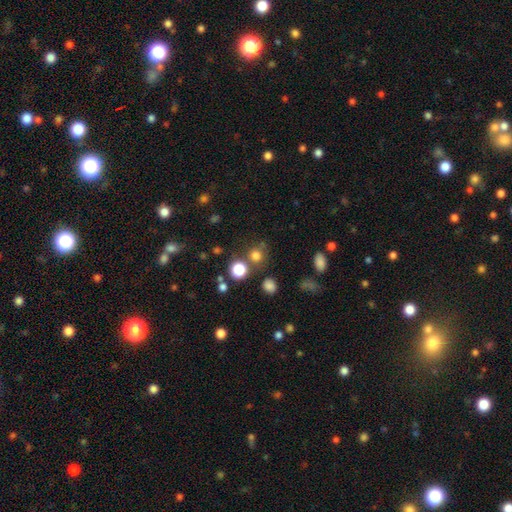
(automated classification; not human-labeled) Smooth or featured: smooth — 74% (star or artifact — 19%)
How rounded: round — 89% (in between — 10%)
Merging: none — 72% (merger — 13%)